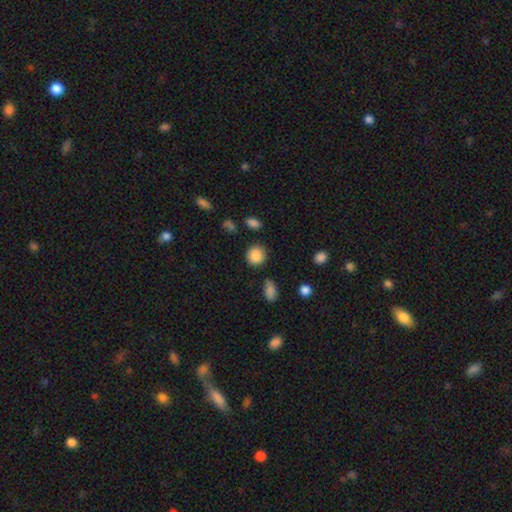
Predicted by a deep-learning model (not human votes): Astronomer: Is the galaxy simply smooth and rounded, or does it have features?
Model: smooth — 86%.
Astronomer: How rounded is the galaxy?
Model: round — 83%.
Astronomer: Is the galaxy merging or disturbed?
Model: none — 81%.